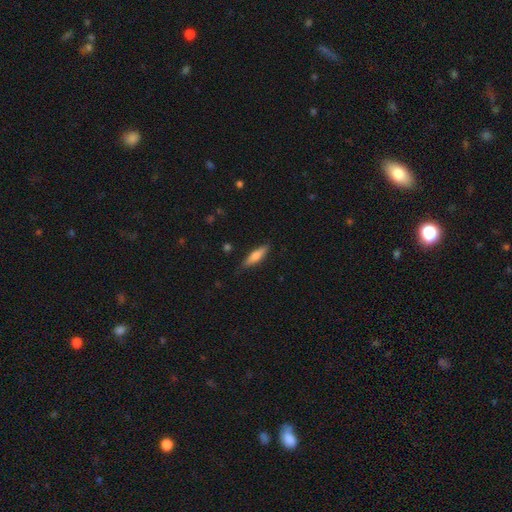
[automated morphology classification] This appears to be a smooth galaxy with no disk features (66%) that is cigar-shaped (66%). Merging: none (82%).